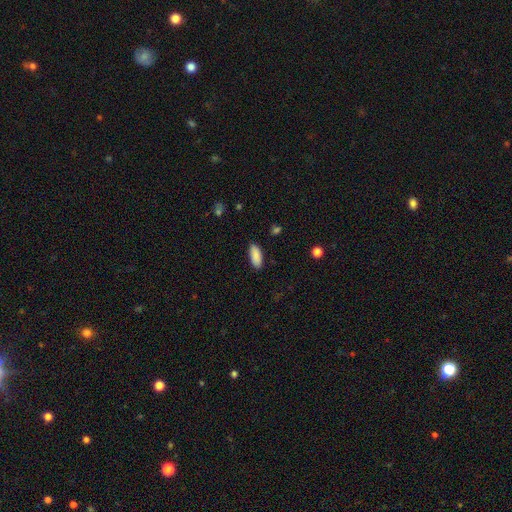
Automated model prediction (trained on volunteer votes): The model was most divided on "how rounded": in between: 84%, cigar-shaped: 14%, round: 2%. More confident: smooth or featured — smooth (88%); merging — none (87%).